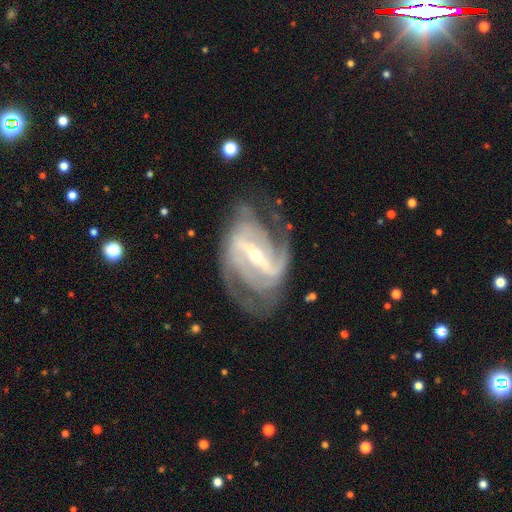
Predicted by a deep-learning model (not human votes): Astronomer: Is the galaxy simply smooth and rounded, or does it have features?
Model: featured or disk — 92%.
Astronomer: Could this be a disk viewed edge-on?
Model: no — 96%.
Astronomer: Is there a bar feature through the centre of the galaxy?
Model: strong — 73%.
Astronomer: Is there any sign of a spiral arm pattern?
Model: yes — 96%.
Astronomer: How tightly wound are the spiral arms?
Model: medium — 49% (runner-up: loose, 28%).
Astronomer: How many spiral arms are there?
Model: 2 — 59%.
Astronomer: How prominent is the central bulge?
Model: small — 70%.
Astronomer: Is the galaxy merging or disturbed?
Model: none — 61%.